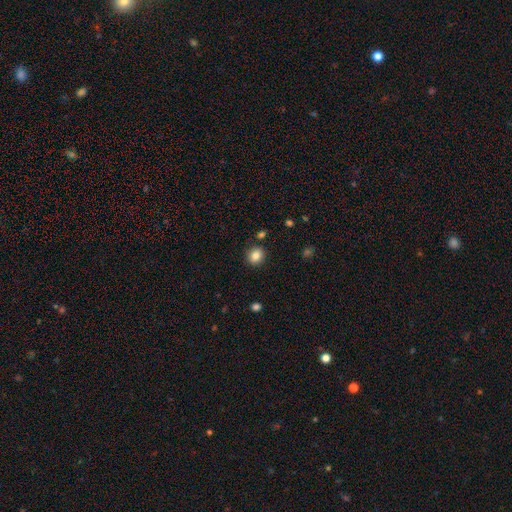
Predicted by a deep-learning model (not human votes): Overall: smooth (83%). How rounded: round (75%). Merging: none (87%).